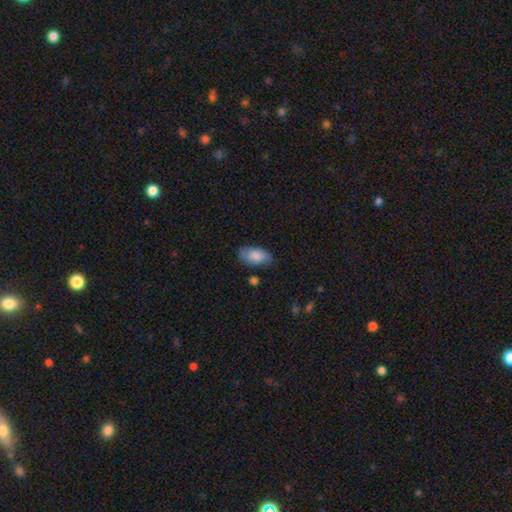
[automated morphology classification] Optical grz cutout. It shows a smooth galaxy with no disk features (77%) that is in between round and cigar-shaped (93%). Merging: none (71%).